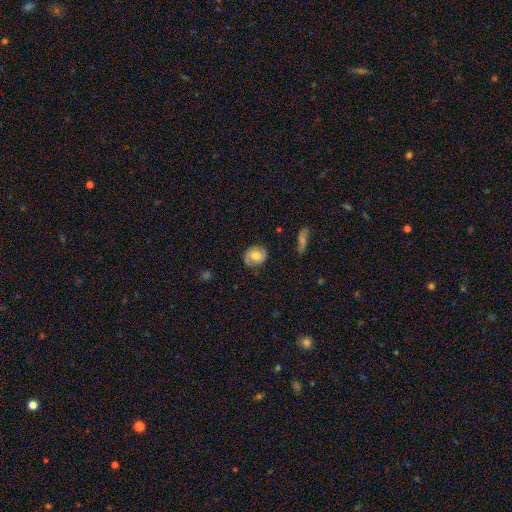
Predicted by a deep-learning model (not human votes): Smooth or featured? Predicted: featured or disk (p=0.48). Merging? Predicted: none (p=0.75).